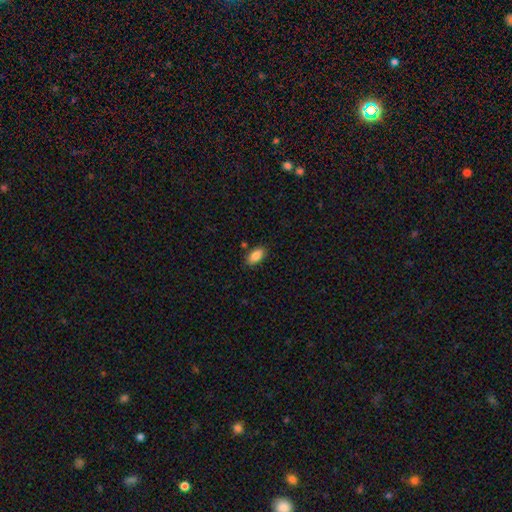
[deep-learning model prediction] This is clearly a smooth galaxy (88%). How rounded: clearly in between (93%). Merging: clearly none (86%).